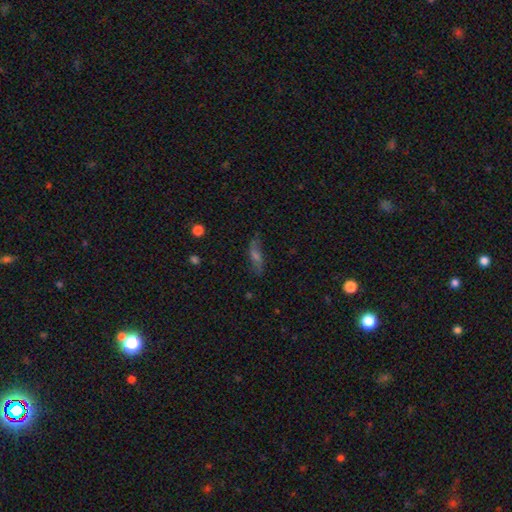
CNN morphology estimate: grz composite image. It shows a featured or disk galaxy (48%). Merging: none (75%).